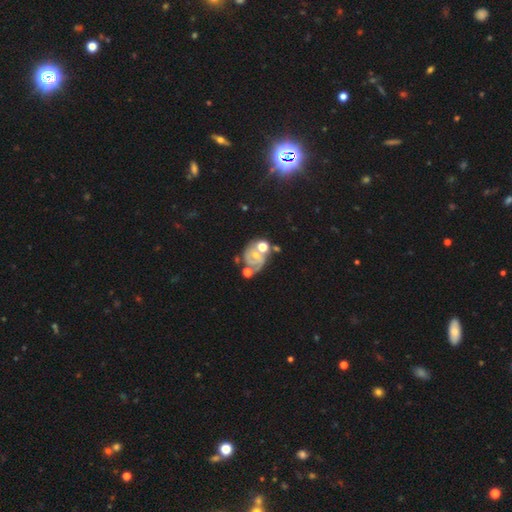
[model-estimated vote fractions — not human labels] Smooth or featured? Predicted: featured or disk (p=0.72). Edge-on disk? Predicted: no (p=0.98). Bar? Predicted: no (p=0.64). Spiral arms? Predicted: yes (p=0.86). Spiral winding? Predicted: tight (p=0.51). Spiral arm count? Predicted: 2 (p=0.48). Bulge size? Predicted: small (p=0.54). Merging? Predicted: none (p=0.45).